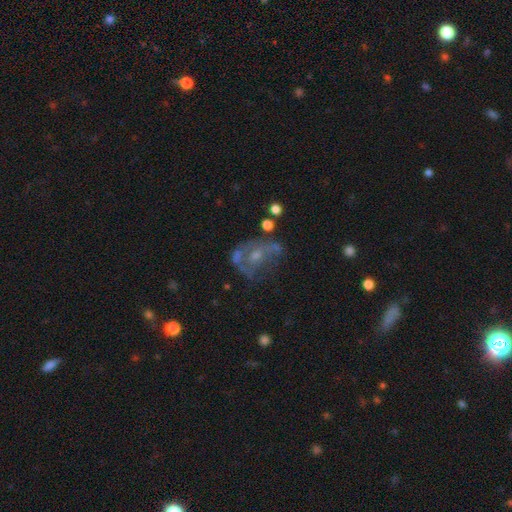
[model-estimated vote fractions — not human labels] Smooth or featured? featured or disk (61%)
Edge-on disk? no (96%)
Bar? no (70%)
Spiral arms? no (59%)
Bulge size? small (44%)
Merging? none (38%)